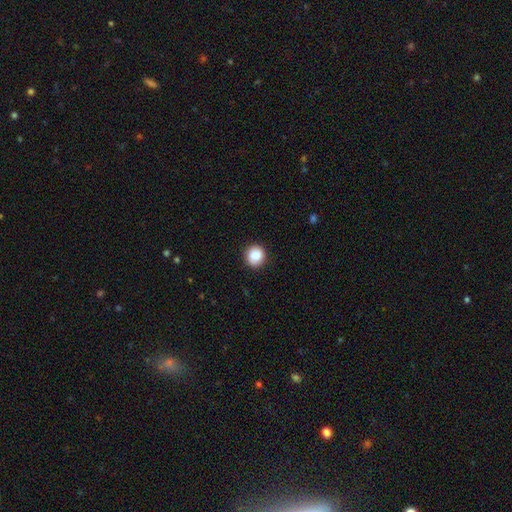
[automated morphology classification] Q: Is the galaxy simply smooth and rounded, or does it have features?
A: smooth — 86%.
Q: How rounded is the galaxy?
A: round — 90%.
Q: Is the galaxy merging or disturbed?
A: none — 91%.